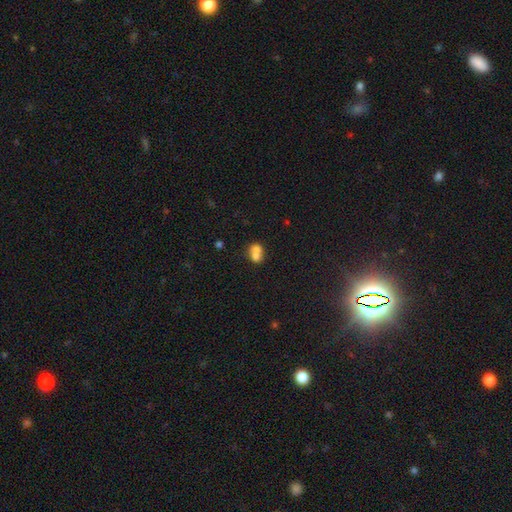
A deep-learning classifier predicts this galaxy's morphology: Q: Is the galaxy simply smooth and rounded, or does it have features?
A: smooth — 69%.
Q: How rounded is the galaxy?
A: round — 53%.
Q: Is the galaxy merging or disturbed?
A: merger — 70%.